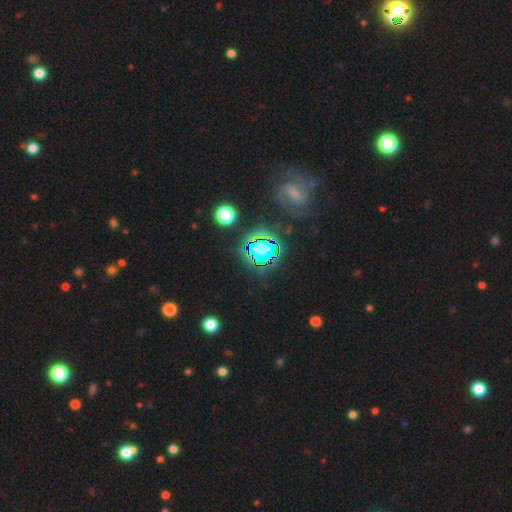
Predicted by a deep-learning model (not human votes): This appears to be a star or artifact, not a galaxy (75%).